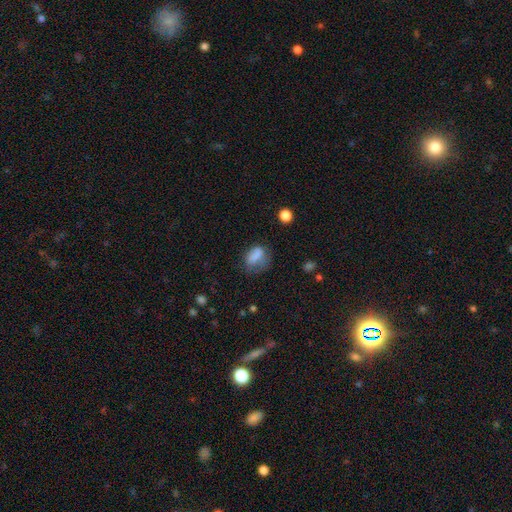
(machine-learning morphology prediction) A smooth galaxy with no disk features (75%) that is in between round and cigar-shaped (78%). Merging: none (38%).